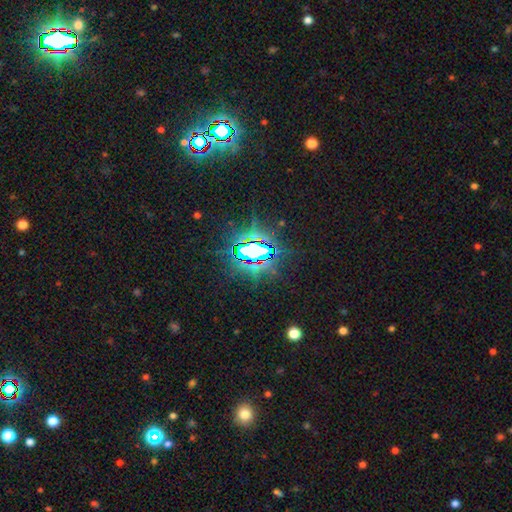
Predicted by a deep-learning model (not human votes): smooth-or-featured: star or artifact: 78% | smooth: 12% | featured or disk: 10%